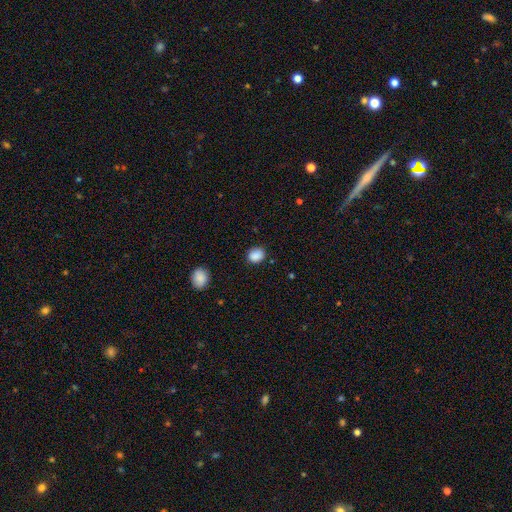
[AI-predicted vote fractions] A smooth galaxy with no disk features (88%) that is round (57%).

Vote fractions:
- Smooth or featured? smooth: 88% / star or artifact: 9% / featured or disk: 3%
- How rounded? round: 57% / in between: 42% / cigar-shaped: 1%
- Merging? none: 85% / minor disturbance: 11% / major disturbance: 3% / merger: 1%